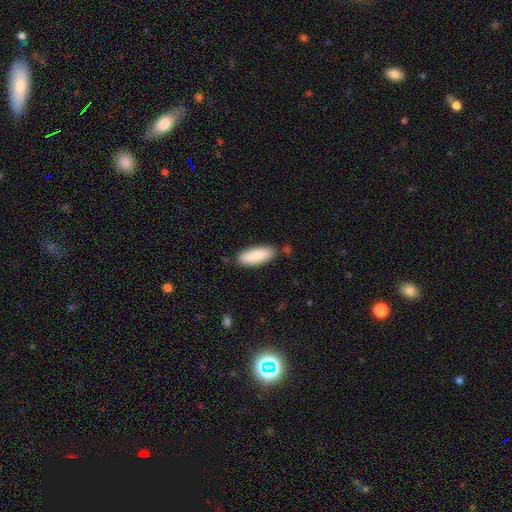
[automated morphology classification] smooth 86%, featured or disk 8%, star or artifact 6%. Down the decision tree: how rounded — in between (67%); merging — none (83%).